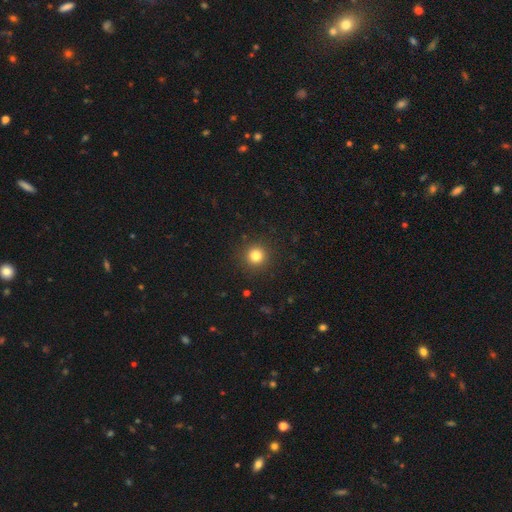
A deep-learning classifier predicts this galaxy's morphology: The model was most divided on "smooth or featured": smooth: 81%, star or artifact: 13%, featured or disk: 5%. More confident: how rounded — round (95%); merging — none (91%).